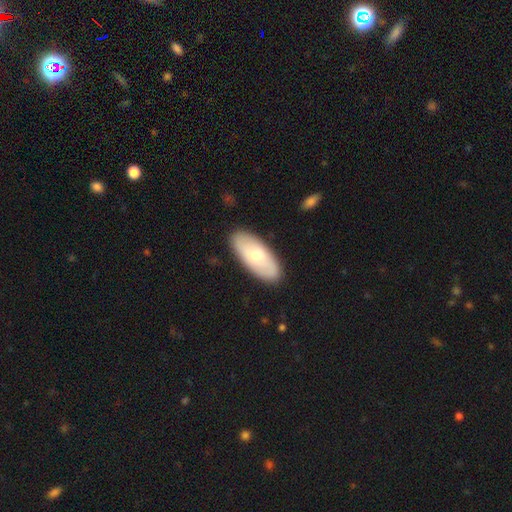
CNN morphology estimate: smooth 67%, featured or disk 28%, star or artifact 5%. Down the decision tree: how rounded — in between (87%); merging — none (88%).